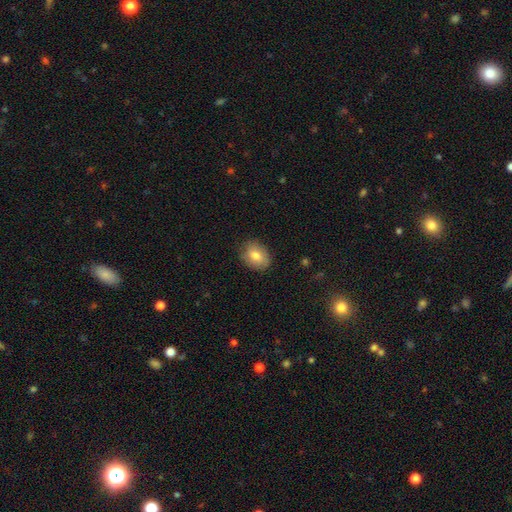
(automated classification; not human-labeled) Q: Smooth or featured?
A: smooth (77%); runner-up: featured or disk (15%)
Q: How rounded?
A: in between (69%); runner-up: round (30%)
Q: Merging?
A: none (83%); runner-up: minor disturbance (14%)